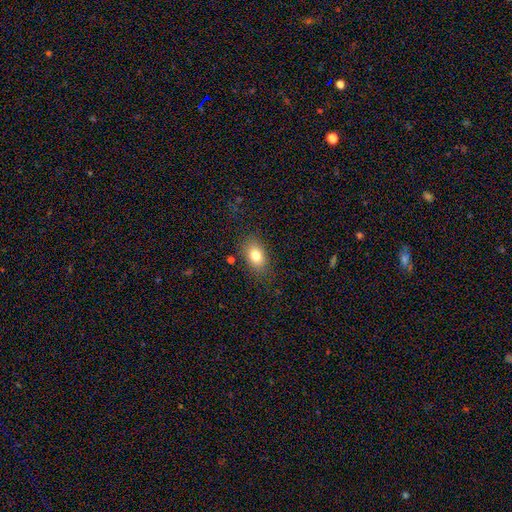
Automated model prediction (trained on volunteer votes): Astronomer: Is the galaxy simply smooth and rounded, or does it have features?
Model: smooth — 79%.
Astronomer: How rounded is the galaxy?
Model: in between — 82%.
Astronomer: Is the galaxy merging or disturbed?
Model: none — 82%.